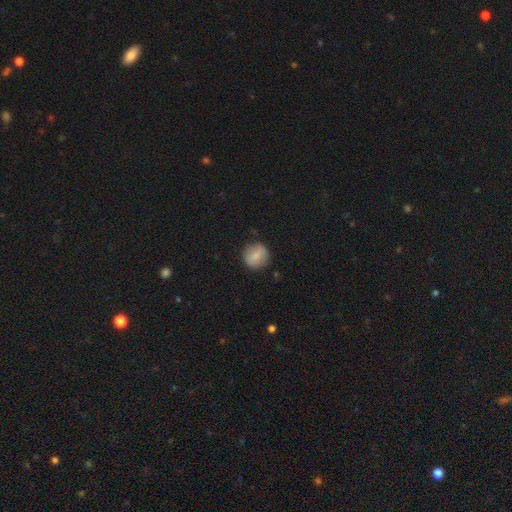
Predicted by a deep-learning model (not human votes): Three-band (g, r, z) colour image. It shows a smooth galaxy with no disk features (79%) that is round (87%). Merging: none (83%).